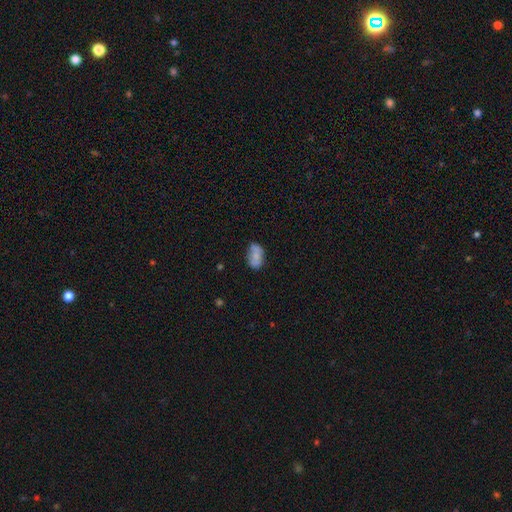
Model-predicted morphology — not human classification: A smooth galaxy with no disk features (78%) that is in between round and cigar-shaped (91%).

Vote fractions:
- Smooth or featured? smooth: 78% / featured or disk: 14% / star or artifact: 8%
- How rounded? in between: 91% / round: 7% / cigar-shaped: 2%
- Merging? none: 67% / minor disturbance: 24% / major disturbance: 6% / merger: 3%